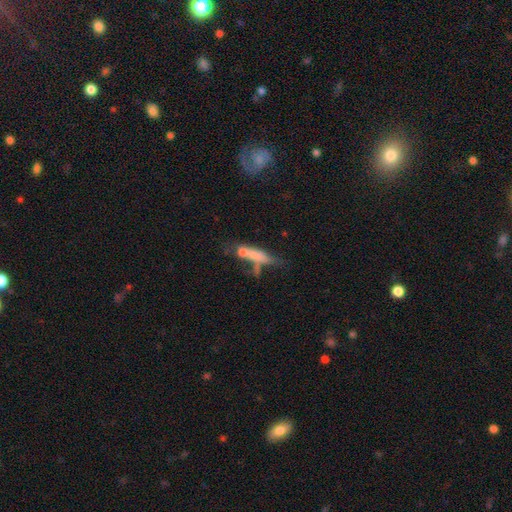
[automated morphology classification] A smooth galaxy with no disk features (55%) that is cigar-shaped (62%).

Vote fractions:
- Smooth or featured? smooth: 55% / featured or disk: 34% / star or artifact: 11%
- How rounded? cigar-shaped: 62% / in between: 33% / round: 5%
- Merging? merger: 37% / none: 29% / major disturbance: 19% / minor disturbance: 16%